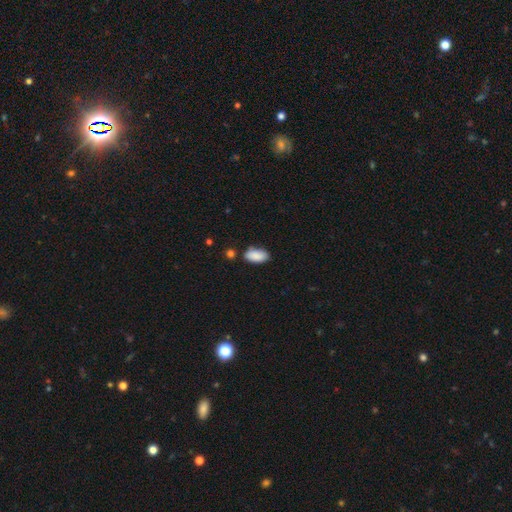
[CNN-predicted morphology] Smooth or featured? Predicted: smooth (p=0.89). How rounded? Predicted: in between (p=0.93). Merging? Predicted: none (p=0.74).